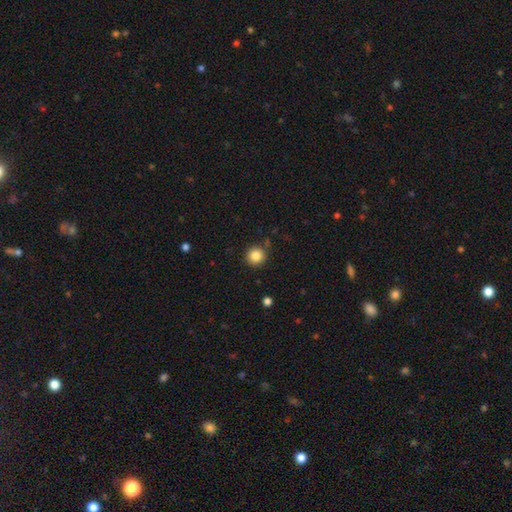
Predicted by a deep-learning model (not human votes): smooth 84%, star or artifact 11%, featured or disk 5%. Down the decision tree: how rounded — round (94%); merging — none (87%).